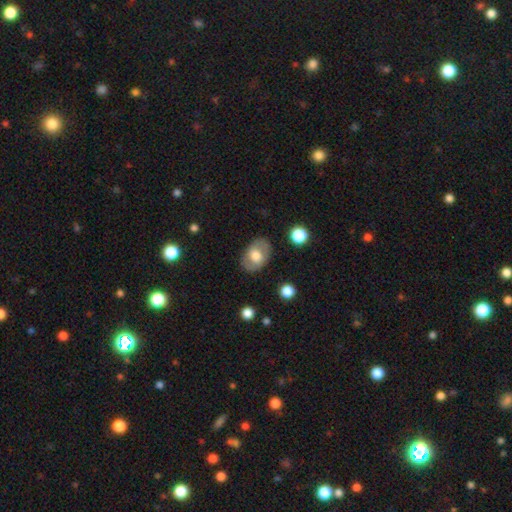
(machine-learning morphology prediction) The model was most divided on "smooth or featured": smooth: 65%, featured or disk: 29%, star or artifact: 7%. More confident: merging — none (82%); how rounded — in between (82%).